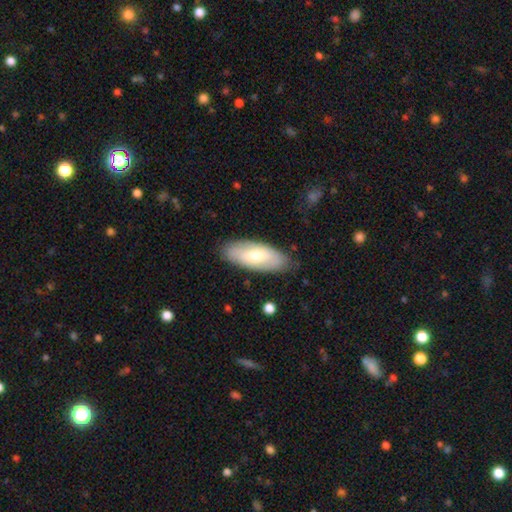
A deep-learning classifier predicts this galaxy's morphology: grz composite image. It shows a smooth galaxy with no disk features (61%) that is in between round and cigar-shaped (84%). Merging: none (84%).